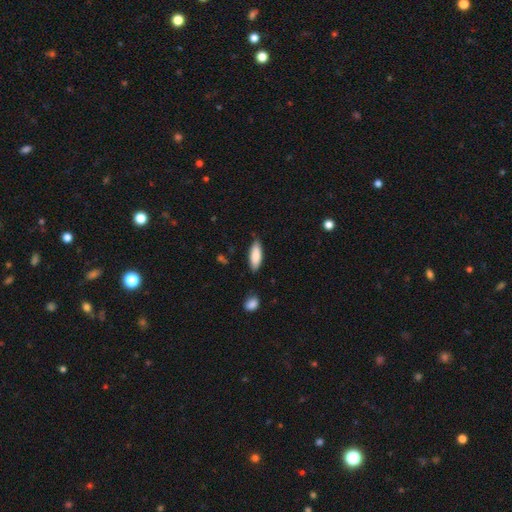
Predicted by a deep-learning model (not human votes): smooth-or-featured: smooth: 86% | featured or disk: 8% | star or artifact: 6%
  how-rounded: in between: 64% | cigar-shaped: 35% | round: 2%
  merging: none: 83% | minor disturbance: 13% | major disturbance: 2% | merger: 2%